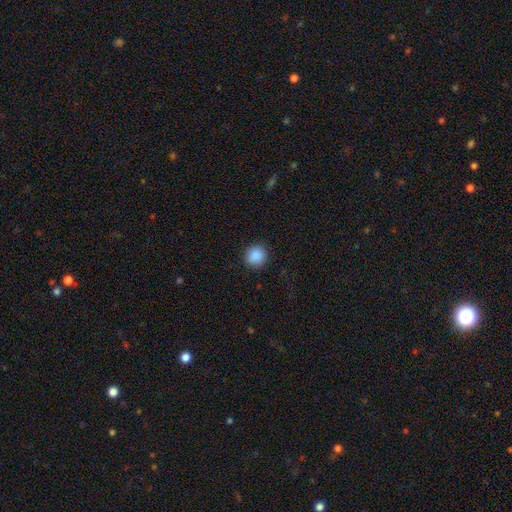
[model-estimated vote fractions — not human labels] Smooth or featured? smooth (89%)
How rounded? round (90%)
Merging? none (90%)